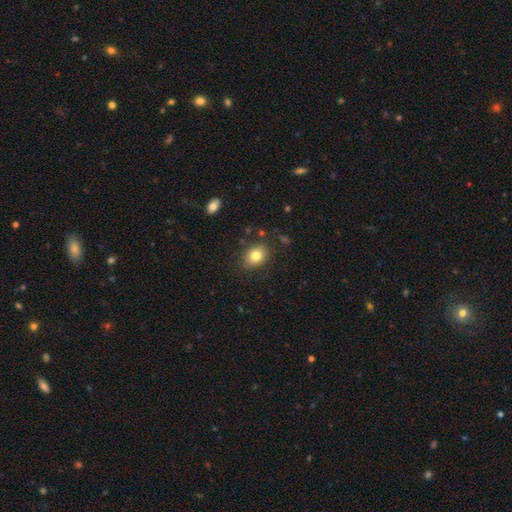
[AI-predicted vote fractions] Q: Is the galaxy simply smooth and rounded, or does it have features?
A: smooth — 81%.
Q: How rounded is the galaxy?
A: in between — 58%.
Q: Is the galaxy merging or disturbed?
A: none — 83%.